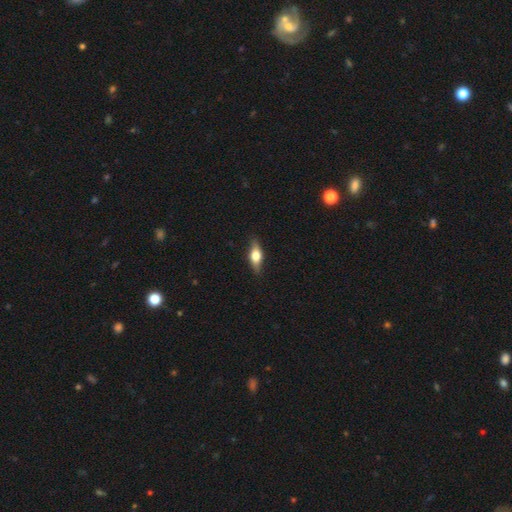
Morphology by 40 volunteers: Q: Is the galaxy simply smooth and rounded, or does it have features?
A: smooth — 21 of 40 (52%).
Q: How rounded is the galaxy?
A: in between — 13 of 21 (62%).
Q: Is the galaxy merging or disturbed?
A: none — 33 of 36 (92%).